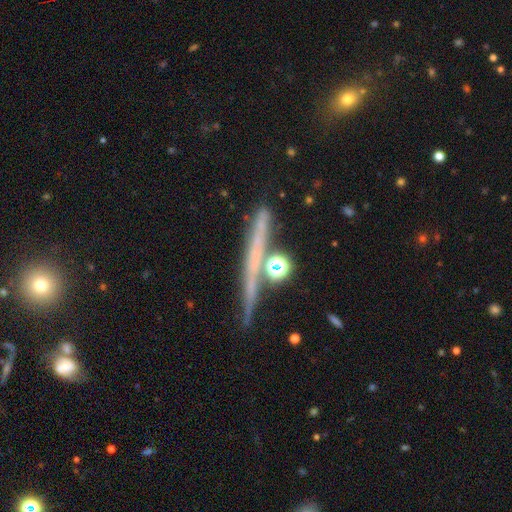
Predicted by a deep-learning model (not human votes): This appears to be a featured or disk galaxy (54%) viewed edge-on (94%) with no central bulge (81%). Merging: none (76%).